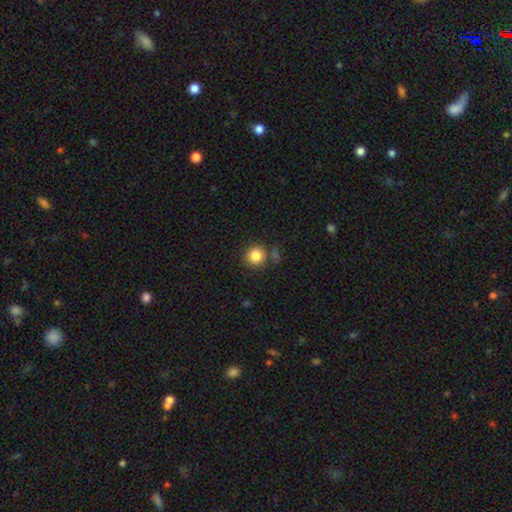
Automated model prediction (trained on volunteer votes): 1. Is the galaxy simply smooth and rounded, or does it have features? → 84% smooth, 11% star or artifact, 5% featured or disk.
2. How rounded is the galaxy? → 93% round, 6% in between, 1% cigar-shaped.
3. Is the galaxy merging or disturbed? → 80% none, 9% minor disturbance, 7% merger, 3% major disturbance.